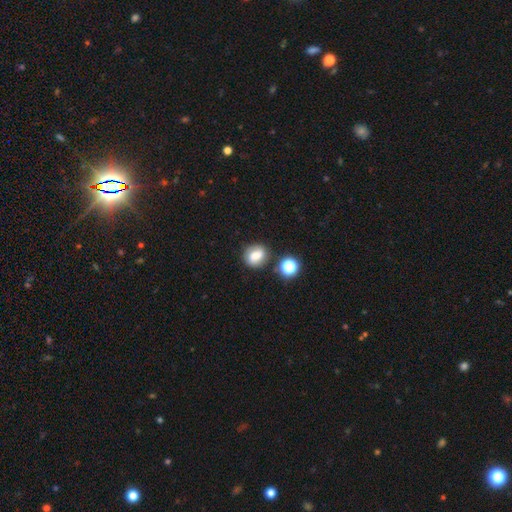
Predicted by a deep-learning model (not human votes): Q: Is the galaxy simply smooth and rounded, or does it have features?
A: smooth — 67%.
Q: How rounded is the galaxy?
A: round — 70%.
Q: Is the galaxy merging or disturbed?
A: none — 76%.